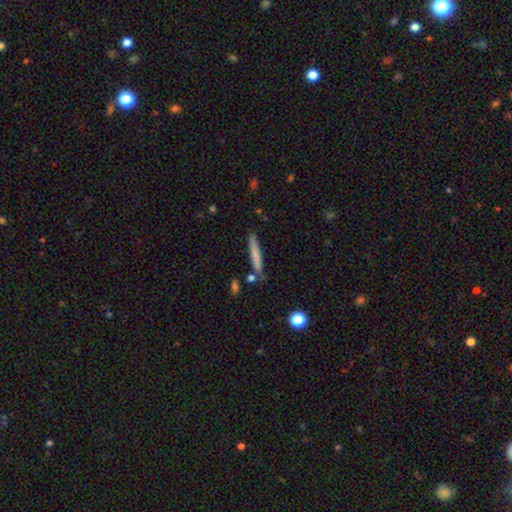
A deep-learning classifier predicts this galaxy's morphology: smooth-or-featured: smooth: 72% | featured or disk: 21% | star or artifact: 6%
  how-rounded: cigar-shaped: 94% | in between: 5% | round: 1%
  merging: none: 78% | minor disturbance: 14% | merger: 6% | major disturbance: 3%